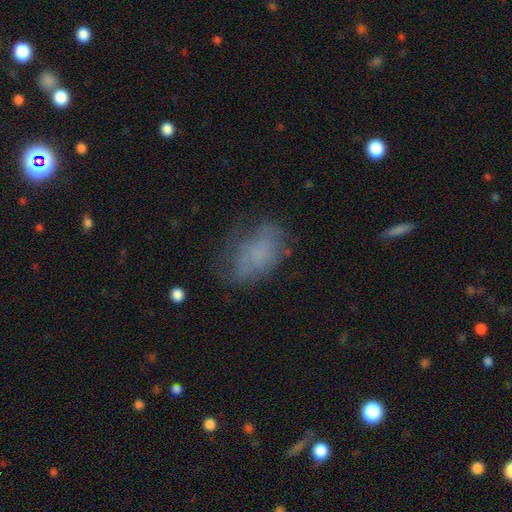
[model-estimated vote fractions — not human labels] smooth_or_featured: smooth (p=0.60) [alt: featured or disk p=0.27]
how_rounded: in between (p=0.86) [alt: round p=0.12]
merging: none (p=0.54) [alt: minor disturbance p=0.26]